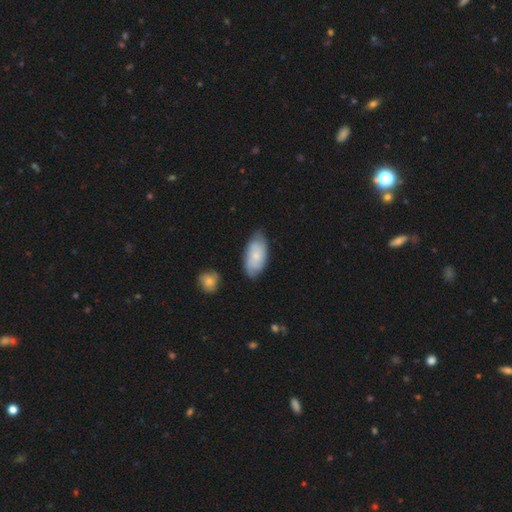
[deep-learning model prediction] This is possibly a smooth galaxy (58%). How rounded: clearly in between (92%). Merging: likely none (73%).